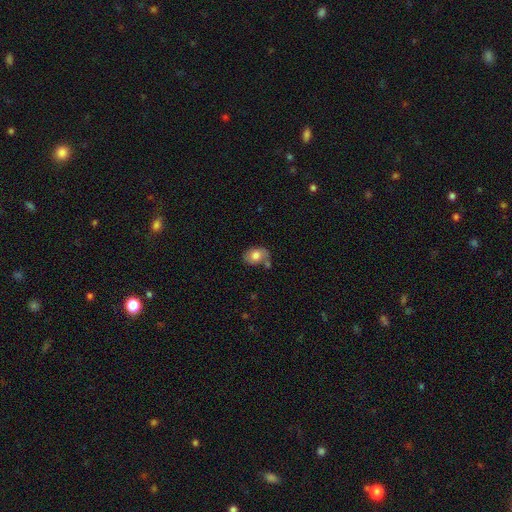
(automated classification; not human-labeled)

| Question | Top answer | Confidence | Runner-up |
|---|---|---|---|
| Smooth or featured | smooth | 74% | featured or disk (18%) |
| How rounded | in between | 72% | round (27%) |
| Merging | none | 59% | minor disturbance (20%) |